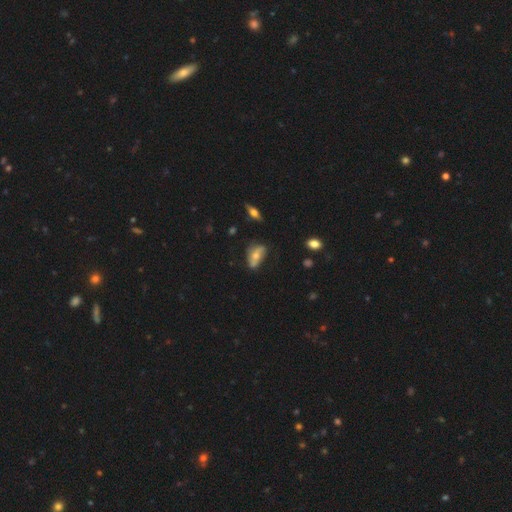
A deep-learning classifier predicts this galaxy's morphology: smooth-or-featured: smooth: 48% | featured or disk: 43% | star or artifact: 9%
  merging: none: 46% | minor disturbance: 34% | major disturbance: 14% | merger: 5%